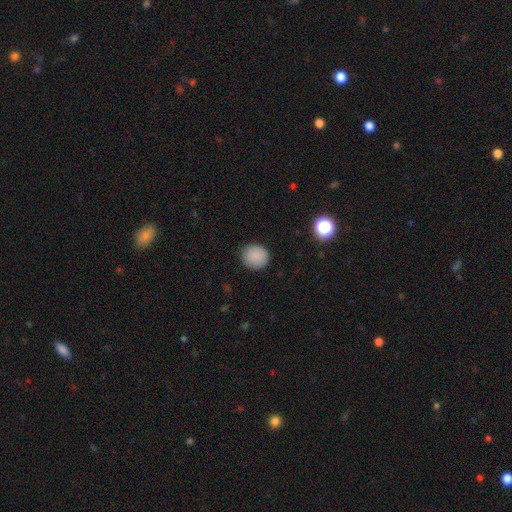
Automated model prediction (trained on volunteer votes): Smooth or featured? Predicted: smooth (p=0.87). How rounded? Predicted: round (p=0.85). Merging? Predicted: none (p=0.89).